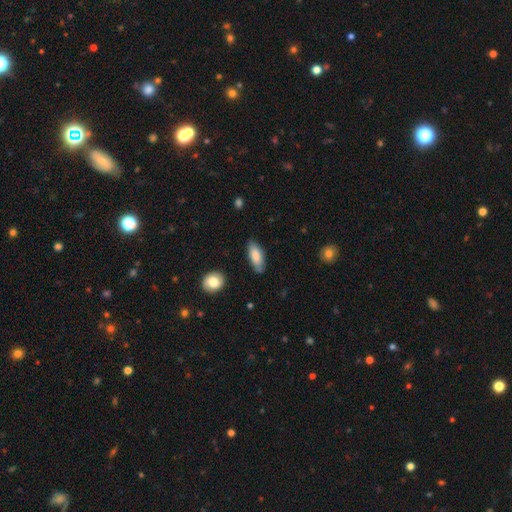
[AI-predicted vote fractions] smooth 82%, featured or disk 12%, star or artifact 6%. Down the decision tree: how rounded — in between (79%); merging — none (76%).